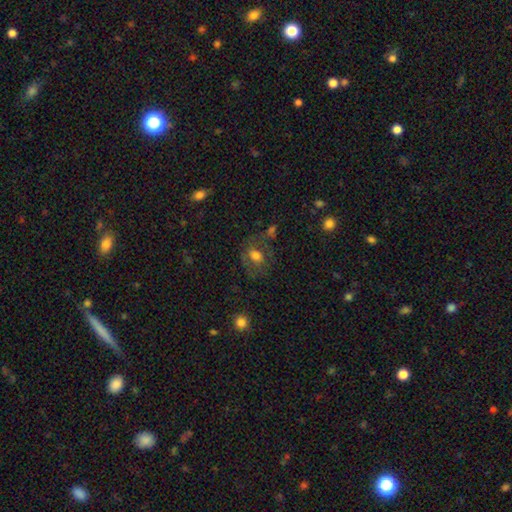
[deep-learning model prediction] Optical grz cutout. It shows a smooth galaxy with no disk features (56%) that is in between round and cigar-shaped (61%). Merging: none (58%).